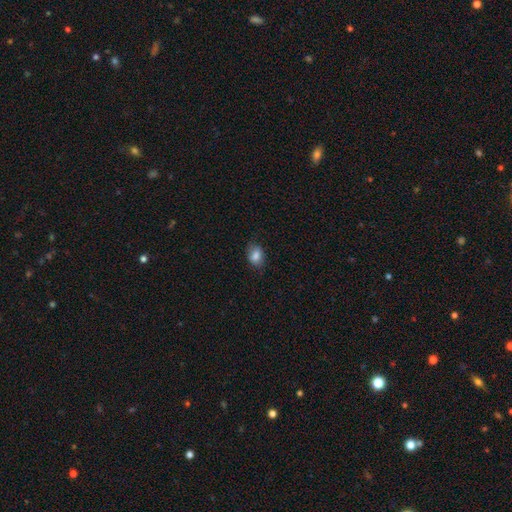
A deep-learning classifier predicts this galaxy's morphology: This is clearly a smooth galaxy (82%). How rounded: likely in between (75%). Merging: likely none (76%).